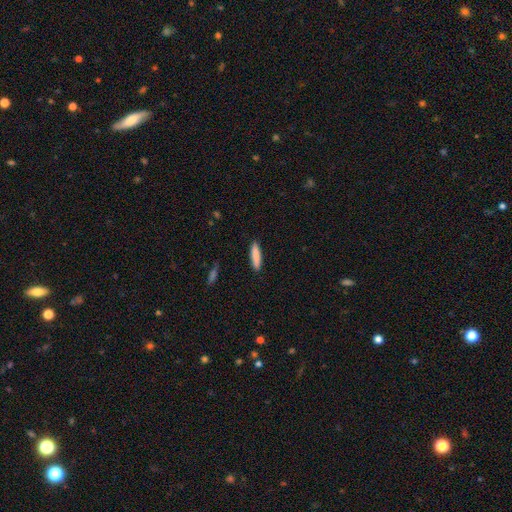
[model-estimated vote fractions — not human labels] This appears to be a smooth galaxy with no disk features (87%) that is cigar-shaped (81%). Merging: none (90%).